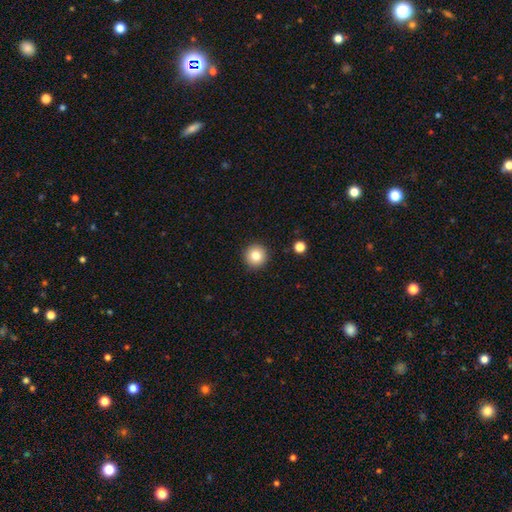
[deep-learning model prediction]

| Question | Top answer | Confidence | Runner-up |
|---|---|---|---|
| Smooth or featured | smooth | 82% | star or artifact (10%) |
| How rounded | round | 96% | in between (3%) |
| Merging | none | 92% | minor disturbance (5%) |